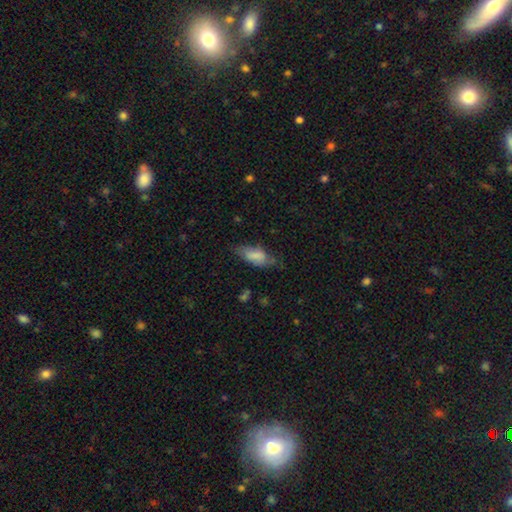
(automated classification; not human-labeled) This appears to be a smooth galaxy with no disk features (75%) that is in between round and cigar-shaped (80%). Merging: none (55%).